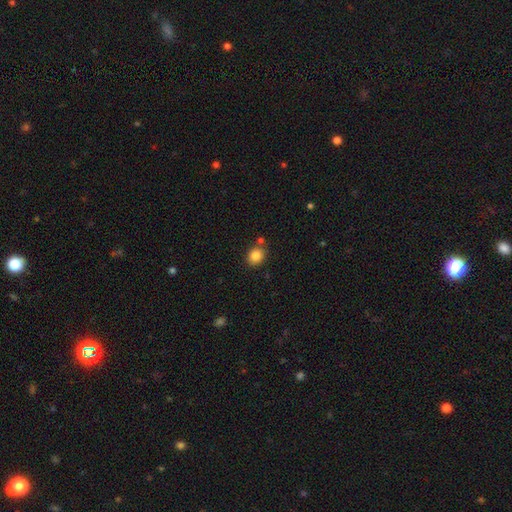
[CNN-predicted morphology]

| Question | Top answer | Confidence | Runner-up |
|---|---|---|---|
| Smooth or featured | smooth | 85% | star or artifact (10%) |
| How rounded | round | 62% | in between (37%) |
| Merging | none | 78% | minor disturbance (10%) |